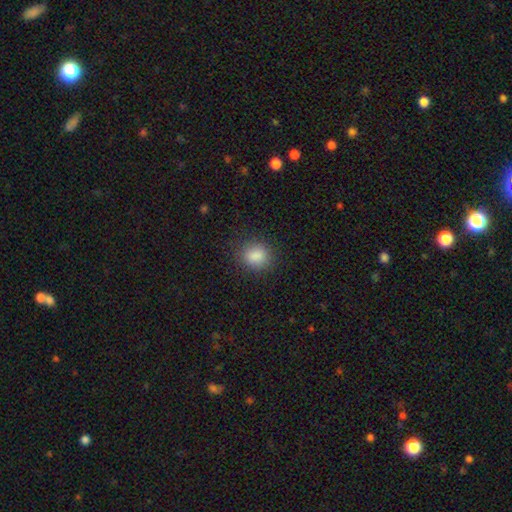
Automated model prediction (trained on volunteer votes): Smooth or featured: smooth — 86% (star or artifact — 10%)
How rounded: round — 66% (in between — 33%)
Merging: none — 85% (minor disturbance — 10%)